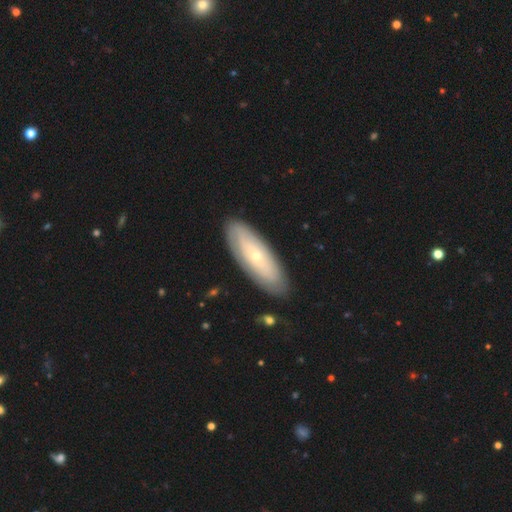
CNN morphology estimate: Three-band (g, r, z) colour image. It shows a featured or disk galaxy (54%). Merging: none (85%).